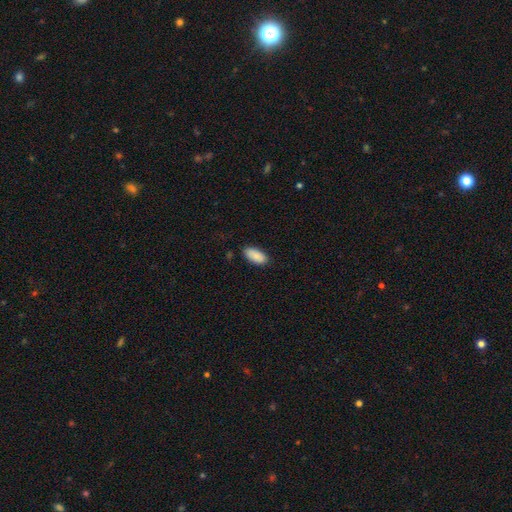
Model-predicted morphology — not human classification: smooth_or_featured: smooth (p=0.90) [alt: star or artifact p=0.06]
how_rounded: in between (p=0.92) [alt: cigar-shaped p=0.06]
merging: none (p=0.85) [alt: minor disturbance p=0.12]